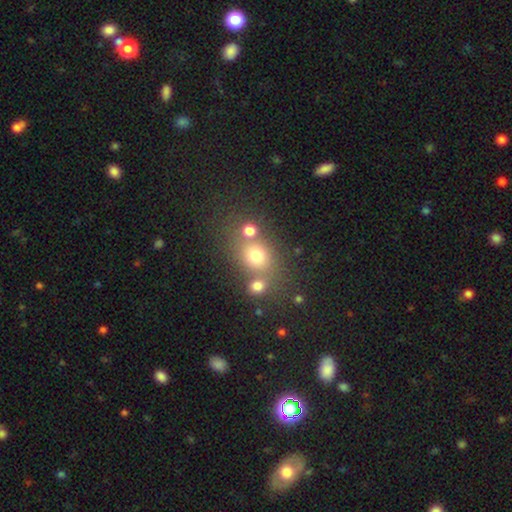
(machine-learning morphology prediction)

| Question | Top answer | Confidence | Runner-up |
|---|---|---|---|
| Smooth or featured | smooth | 71% | star or artifact (18%) |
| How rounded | round | 59% | in between (39%) |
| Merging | none | 57% | merger (26%) |